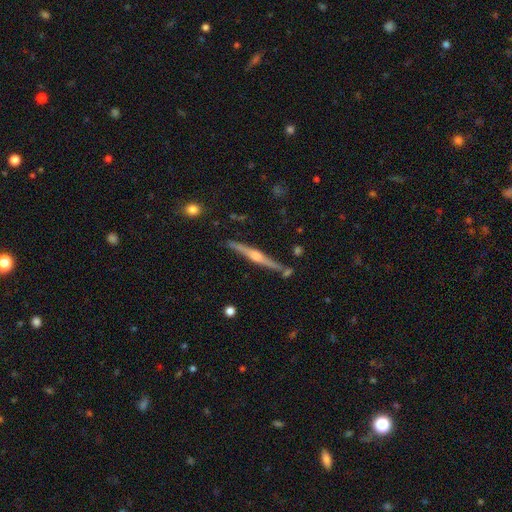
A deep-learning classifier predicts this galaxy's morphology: type=featured or disk (82%); edge-on=yes (98%); edge-on bulge=rounded (89%); merging=none (84%).